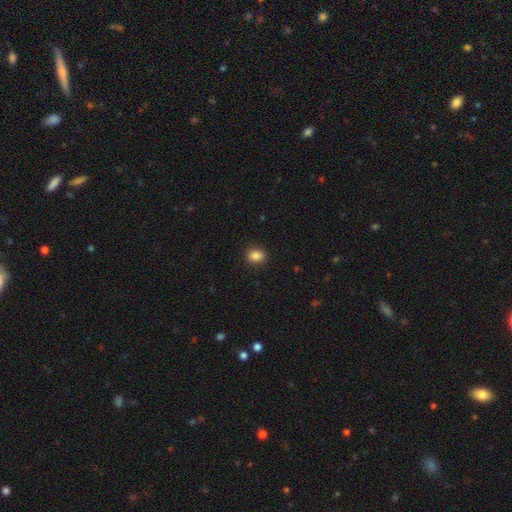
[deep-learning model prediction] The model was most divided on "how rounded": round: 61%, in between: 38%, cigar-shaped: 1%. More confident: merging — none (90%); smooth or featured — smooth (86%).